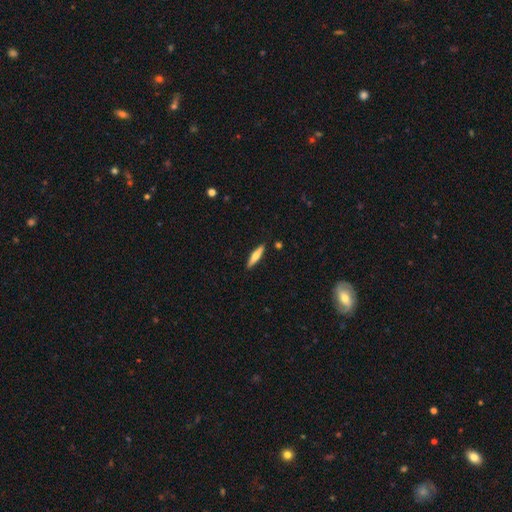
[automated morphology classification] type=smooth (60%); roundness=cigar-shaped (82%); merging=none (88%).